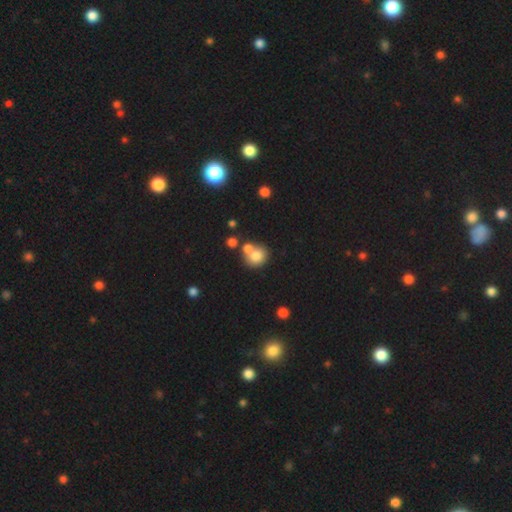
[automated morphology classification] smooth 75%, featured or disk 14%, star or artifact 11%. Down the decision tree: how rounded — round (80%); merging — none (44%).